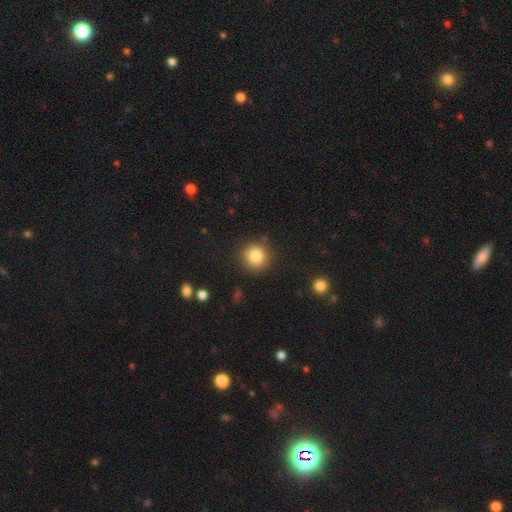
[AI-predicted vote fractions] Smooth or featured? smooth (84%)
How rounded? round (91%)
Merging? none (86%)